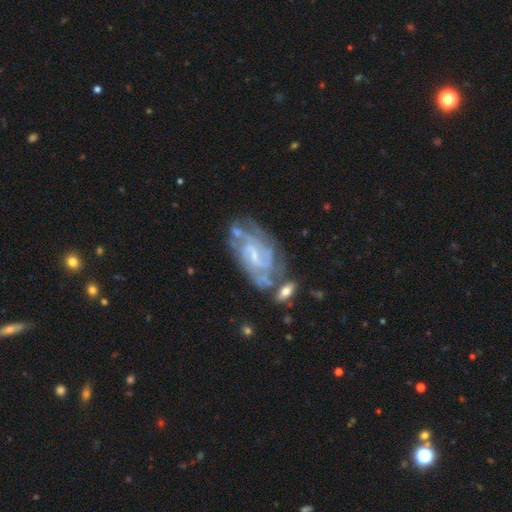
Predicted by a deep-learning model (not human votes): Smooth or featured? Predicted: featured or disk (p=0.84). Edge-on disk? Predicted: no (p=0.96). Bar? Predicted: weak (p=0.49). Spiral arms? Predicted: yes (p=0.93). Spiral winding? Predicted: tight (p=0.57). Spiral arm count? Predicted: can't tell (p=0.35). Bulge size? Predicted: small (p=0.66). Merging? Predicted: none (p=0.51).